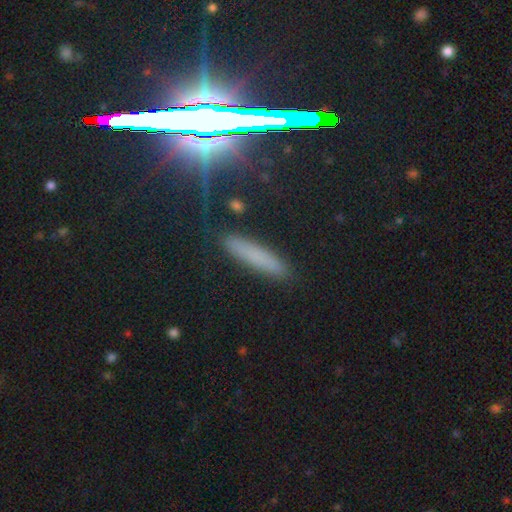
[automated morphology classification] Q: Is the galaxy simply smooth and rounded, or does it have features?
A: smooth — 59%.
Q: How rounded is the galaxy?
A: cigar-shaped — 80%.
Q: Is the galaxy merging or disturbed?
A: none — 86%.